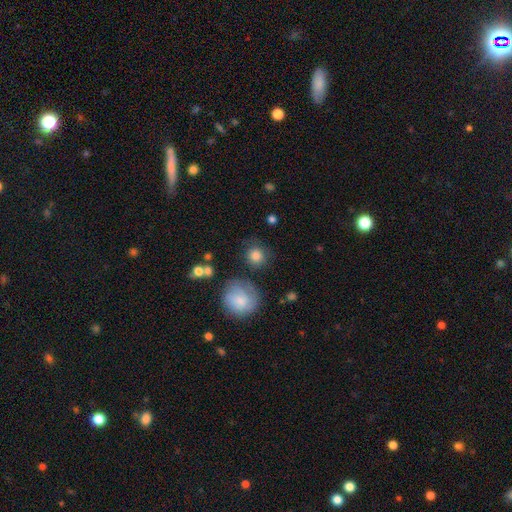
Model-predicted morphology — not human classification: smooth 81%, featured or disk 10%, star or artifact 9%. Down the decision tree: how rounded — round (90%); merging — none (76%).